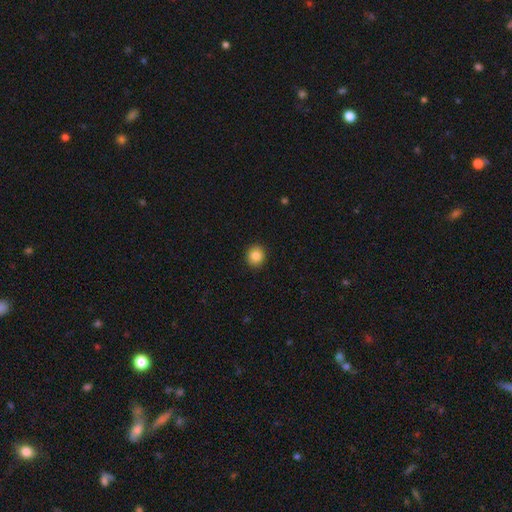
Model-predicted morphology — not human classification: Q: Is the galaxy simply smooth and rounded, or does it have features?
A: smooth — 85%.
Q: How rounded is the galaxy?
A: round — 87%.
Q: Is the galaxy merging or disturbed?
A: none — 92%.